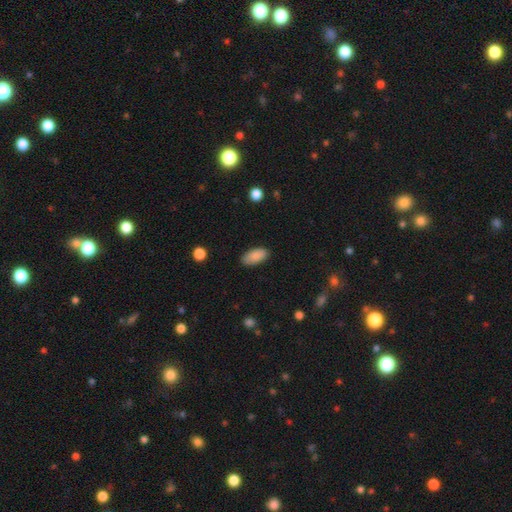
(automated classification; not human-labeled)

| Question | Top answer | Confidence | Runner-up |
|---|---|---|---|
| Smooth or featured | smooth | 89% | star or artifact (7%) |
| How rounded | in between | 91% | cigar-shaped (6%) |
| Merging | none | 86% | minor disturbance (10%) |